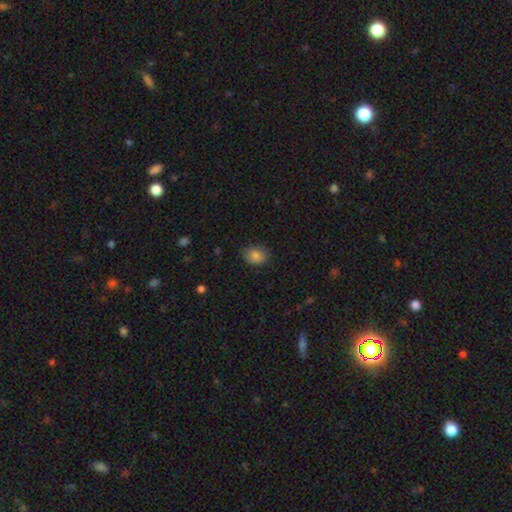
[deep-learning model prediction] Morphology: type=smooth (85%); roundness=round (51%); merging=none (80%).